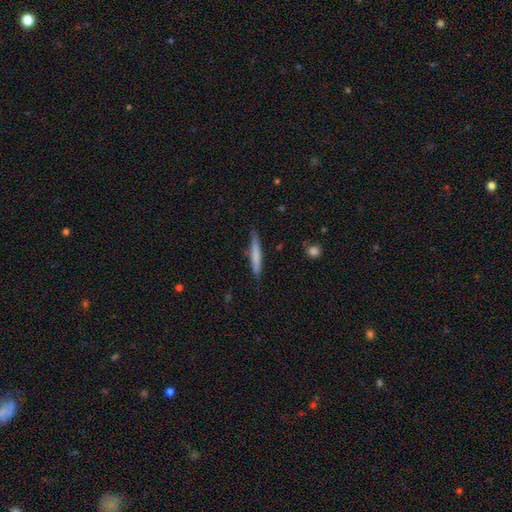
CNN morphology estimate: The model was most divided on "smooth or featured": smooth: 70%, featured or disk: 25%, star or artifact: 5%. More confident: how rounded — cigar-shaped (94%); merging — none (81%).